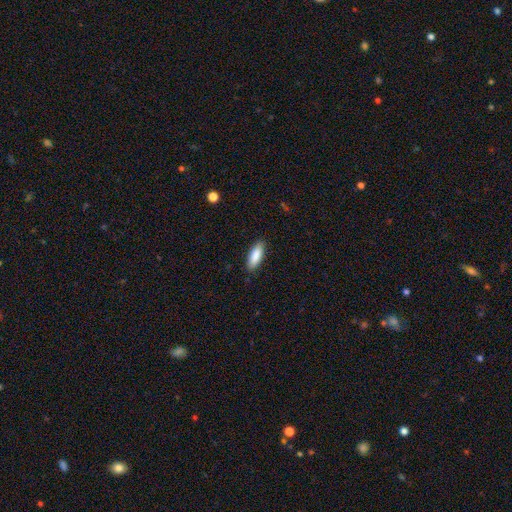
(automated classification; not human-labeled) smooth_or_featured: smooth (p=0.88) [alt: featured or disk p=0.06]
how_rounded: in between (p=0.69) [alt: cigar-shaped p=0.30]
merging: none (p=0.87) [alt: minor disturbance p=0.10]